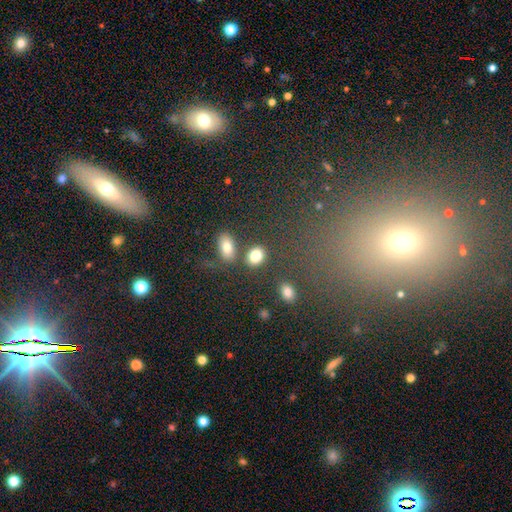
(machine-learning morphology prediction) Smooth or featured: smooth — 82% (star or artifact — 10%)
How rounded: in between — 64% (round — 35%)
Merging: none — 65% (merger — 19%)